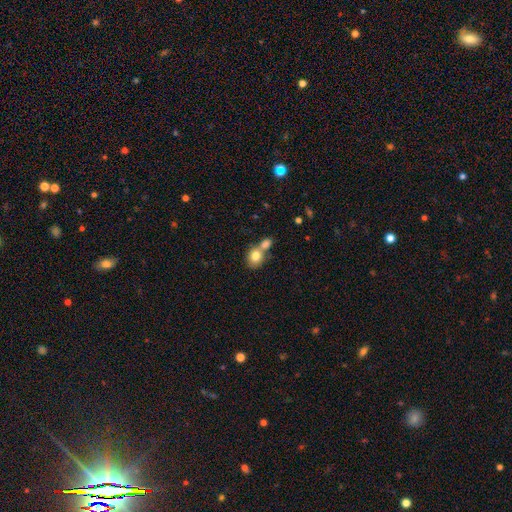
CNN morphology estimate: A smooth galaxy with no disk features (79%) that is round (61%). Merging: merger (55%).